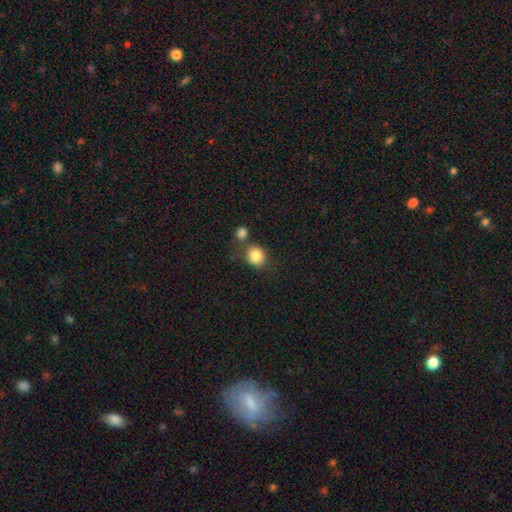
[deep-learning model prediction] Smooth or featured? Predicted: smooth (p=0.85). How rounded? Predicted: round (p=0.71). Merging? Predicted: none (p=0.61).